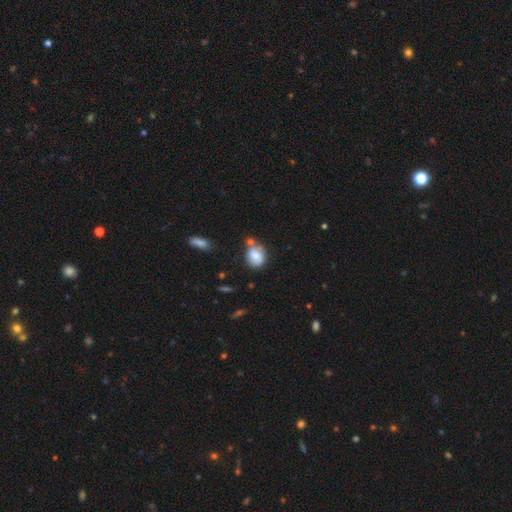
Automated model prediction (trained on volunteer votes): Smooth or featured: smooth — 74% (featured or disk — 17%)
How rounded: round — 54% (in between — 45%)
Merging: none — 54% (minor disturbance — 21%)